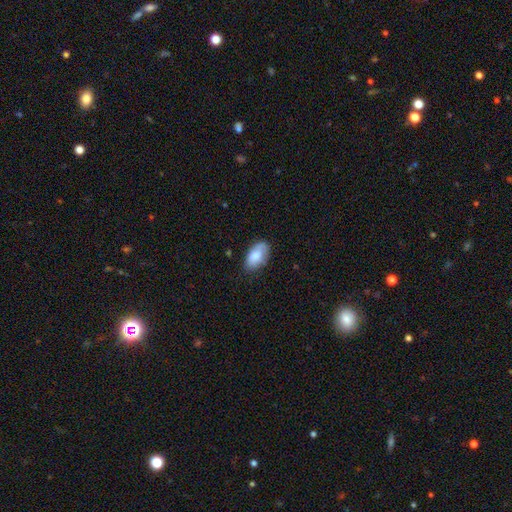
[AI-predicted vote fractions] Q: Smooth or featured?
A: smooth (82%); runner-up: featured or disk (12%)
Q: How rounded?
A: in between (94%); runner-up: round (3%)
Q: Merging?
A: none (72%); runner-up: minor disturbance (22%)